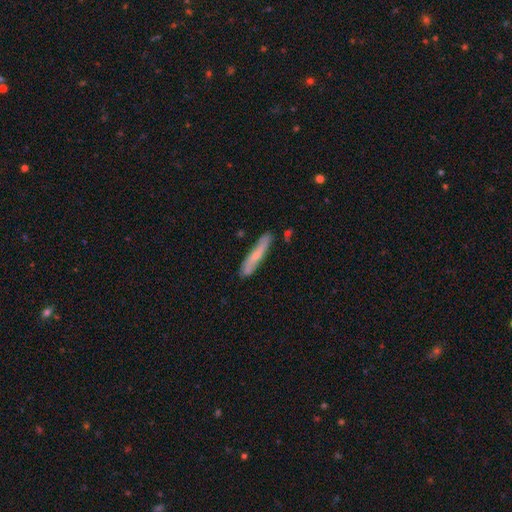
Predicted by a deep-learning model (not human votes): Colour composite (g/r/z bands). It shows a smooth galaxy with no disk features (49%). Merging: none (81%).